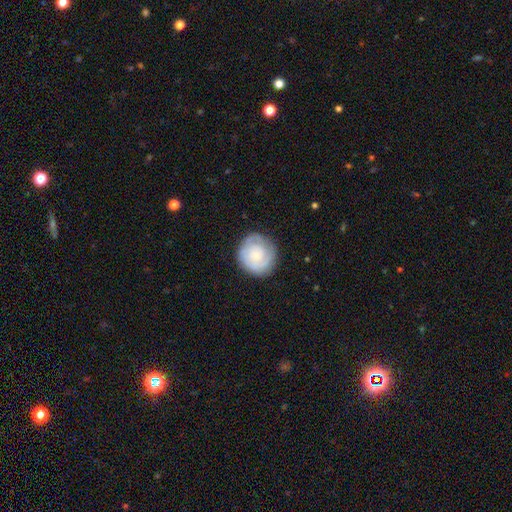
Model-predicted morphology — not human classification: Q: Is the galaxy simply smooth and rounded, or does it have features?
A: featured or disk — 58%.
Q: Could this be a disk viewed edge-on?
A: no — 98%.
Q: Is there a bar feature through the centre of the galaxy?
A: no — 80%.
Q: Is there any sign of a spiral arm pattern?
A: yes — 83%.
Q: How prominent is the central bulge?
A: small — 60%.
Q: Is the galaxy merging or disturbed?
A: none — 80%.